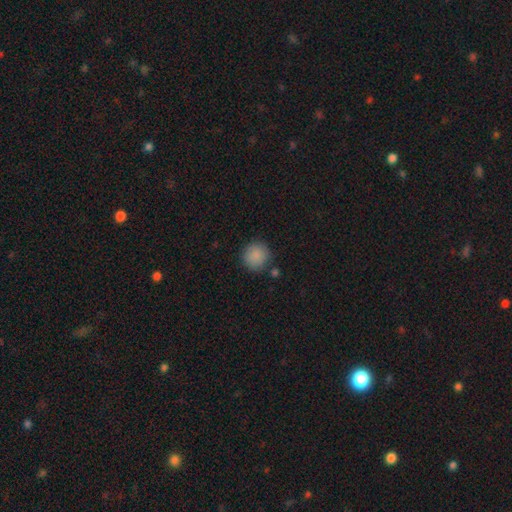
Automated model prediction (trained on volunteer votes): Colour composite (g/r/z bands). It shows a smooth galaxy with no disk features (88%) that is round (93%). Merging: none (82%).